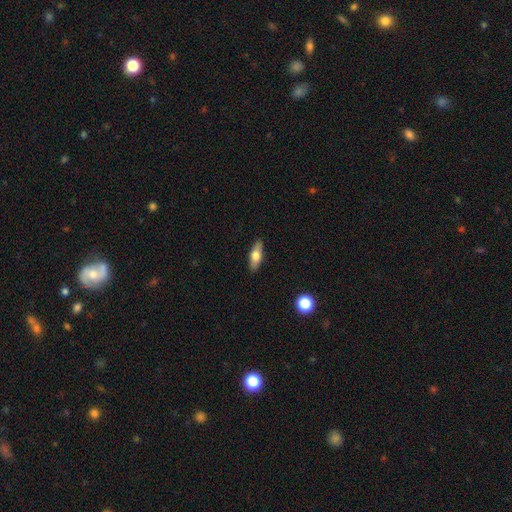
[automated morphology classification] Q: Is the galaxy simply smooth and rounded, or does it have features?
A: smooth — 65%.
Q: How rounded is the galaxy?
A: in between — 60%.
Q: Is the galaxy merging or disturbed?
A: none — 89%.